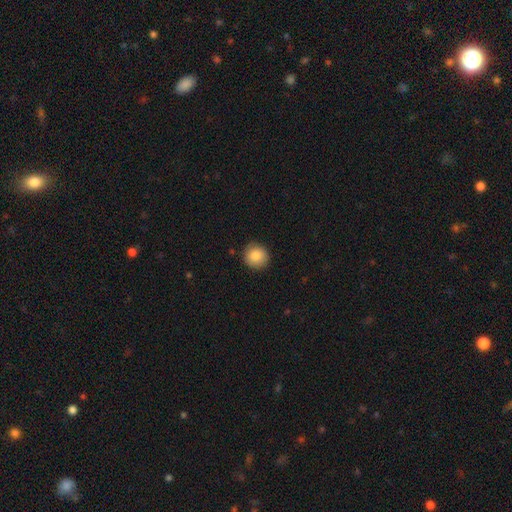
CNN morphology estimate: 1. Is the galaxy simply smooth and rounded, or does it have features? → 86% smooth, 8% star or artifact, 6% featured or disk.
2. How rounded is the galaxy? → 91% round, 8% in between, 1% cigar-shaped.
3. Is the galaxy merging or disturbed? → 87% none, 9% minor disturbance, 2% major disturbance, 1% merger.